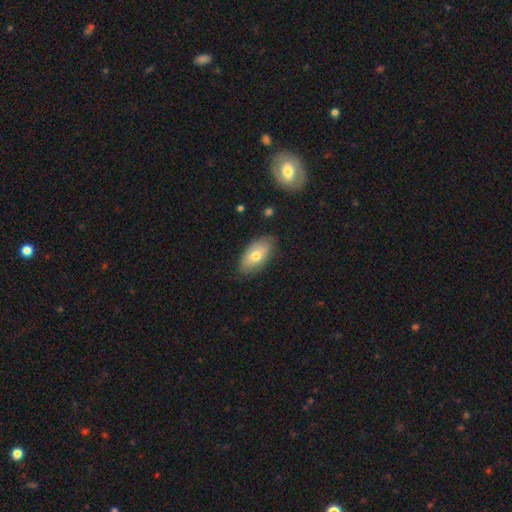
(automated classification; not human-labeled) A smooth galaxy with no disk features (72%) that is in between round and cigar-shaped (93%). Merging: none (81%).